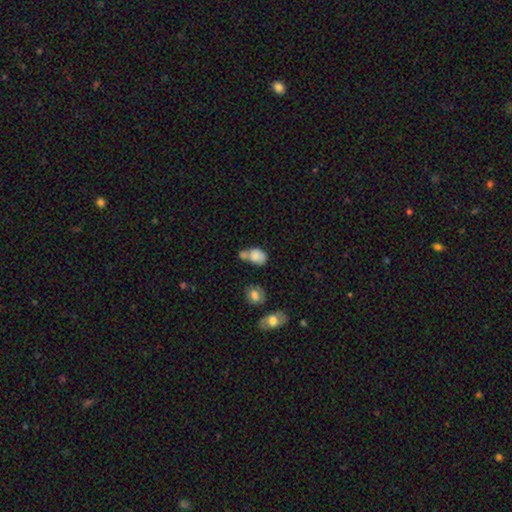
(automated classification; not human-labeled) smooth 78%, featured or disk 13%, star or artifact 9%. Down the decision tree: how rounded — in between (74%); merging — merger (44%).